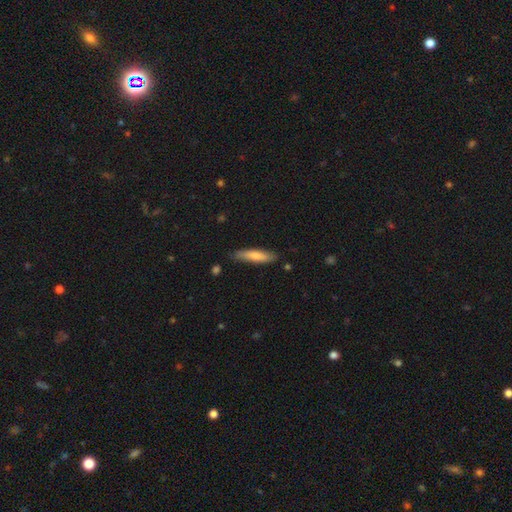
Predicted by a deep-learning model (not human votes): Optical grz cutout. It shows a smooth galaxy with no disk features (75%) that is cigar-shaped (79%). Merging: none (82%).